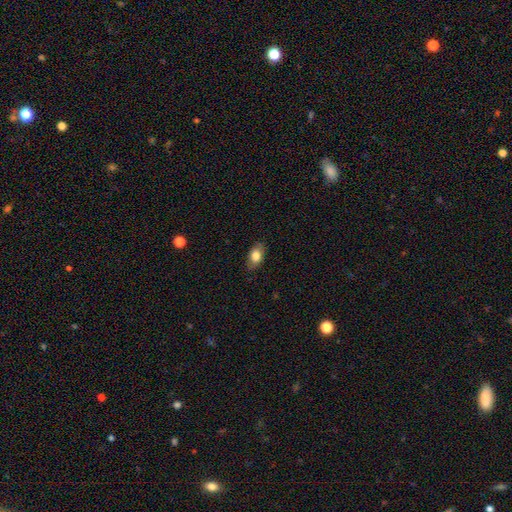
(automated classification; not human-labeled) A smooth galaxy with no disk features (80%) that is in between round and cigar-shaped (87%). Merging: none (82%).